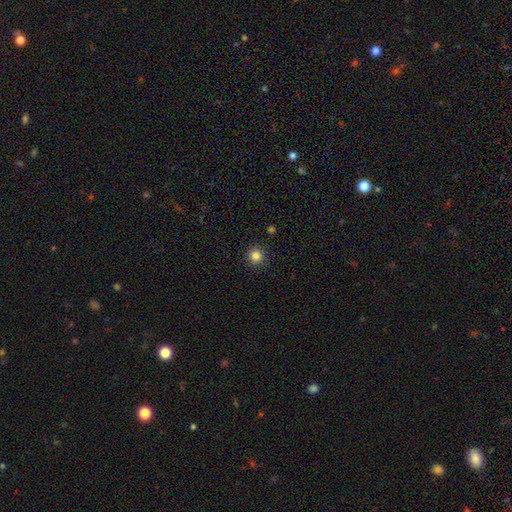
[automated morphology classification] type=smooth (85%); roundness=round (95%); merging=none (91%).